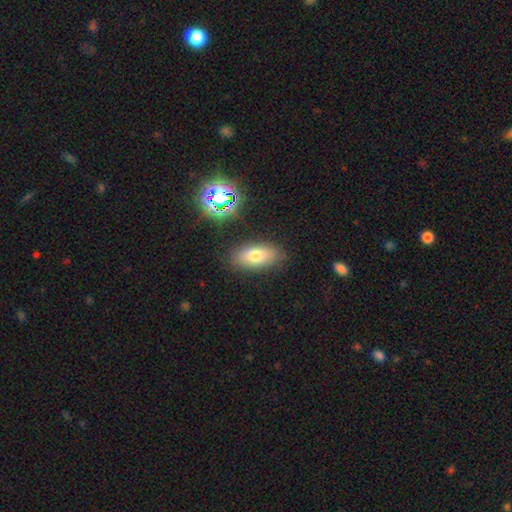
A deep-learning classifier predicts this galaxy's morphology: Q: Smooth or featured?
A: smooth (73%); runner-up: featured or disk (16%)
Q: How rounded?
A: in between (87%); runner-up: cigar-shaped (9%)
Q: Merging?
A: none (83%); runner-up: minor disturbance (11%)